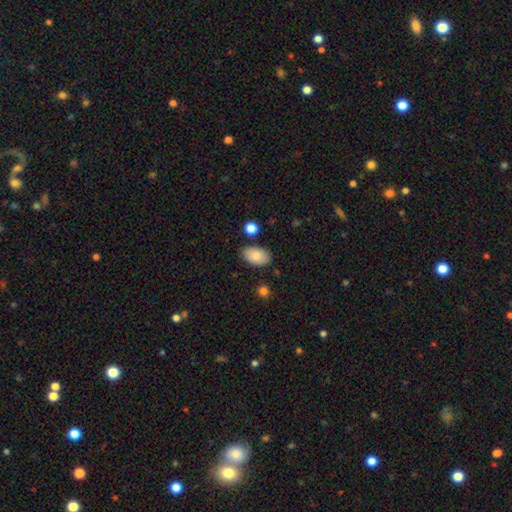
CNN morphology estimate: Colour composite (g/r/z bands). It shows a smooth galaxy with no disk features (85%) that is in between round and cigar-shaped (93%). Merging: none (80%).